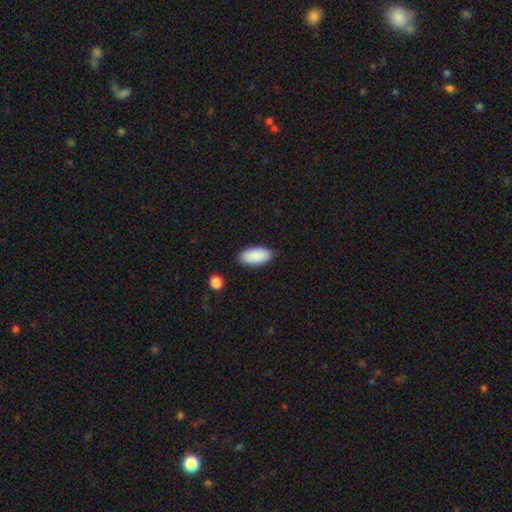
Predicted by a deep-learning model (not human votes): Overall: smooth (91%). How rounded: in between (92%). Merging: none (89%).